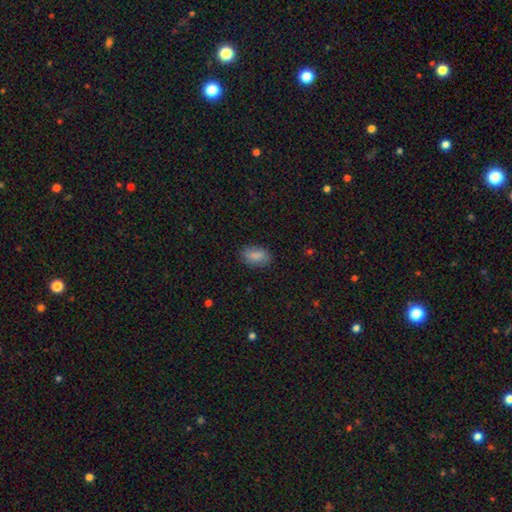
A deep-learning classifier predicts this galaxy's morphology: smooth 86%, star or artifact 8%, featured or disk 6%. Down the decision tree: how rounded — in between (90%); merging — none (84%).